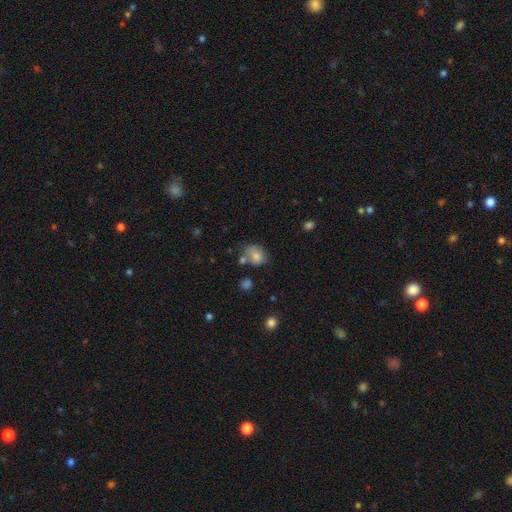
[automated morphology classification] A smooth galaxy with no disk features (77%) that is in between round and cigar-shaped (54%).

Vote fractions:
- Smooth or featured? smooth: 77% / featured or disk: 13% / star or artifact: 10%
- How rounded? in between: 54% / round: 45% / cigar-shaped: 1%
- Merging? none: 53% / minor disturbance: 23% / merger: 16% / major disturbance: 8%